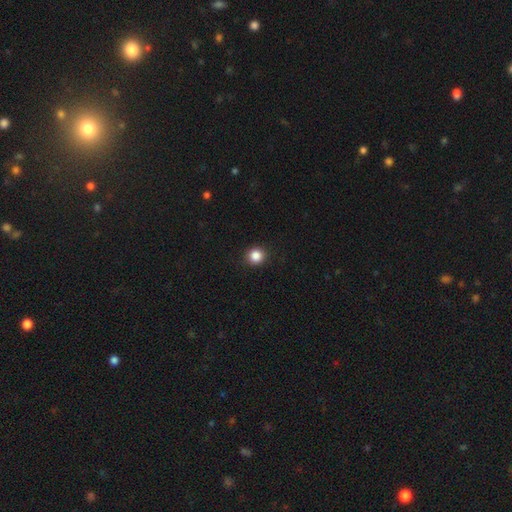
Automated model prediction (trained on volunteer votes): Q: Smooth or featured?
A: smooth (86%); runner-up: star or artifact (11%)
Q: How rounded?
A: round (92%); runner-up: in between (7%)
Q: Merging?
A: none (91%); runner-up: minor disturbance (6%)